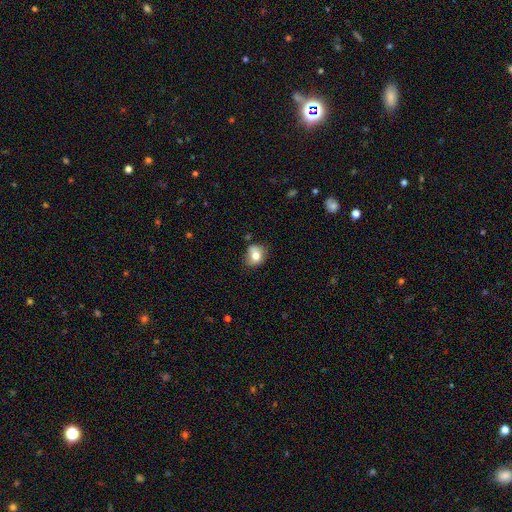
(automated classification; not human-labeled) Overall: smooth (71%). How rounded: round (63%; in between 36%). Merging: none (55%; minor disturbance 29%).